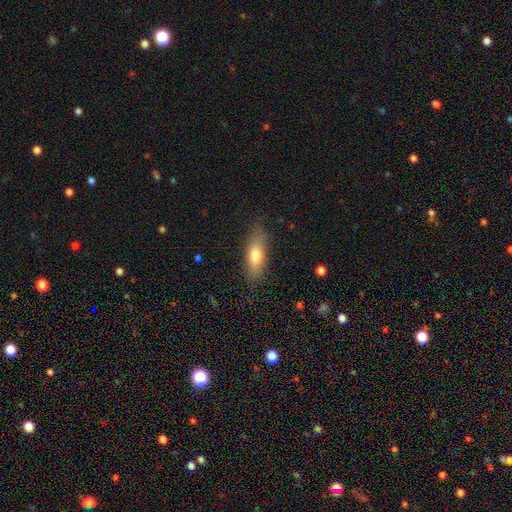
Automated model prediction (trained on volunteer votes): smooth-or-featured: smooth: 69% | featured or disk: 24% | star or artifact: 7%
  how-rounded: in between: 57% | cigar-shaped: 40% | round: 3%
  merging: none: 81% | minor disturbance: 15% | major disturbance: 4% | merger: 1%